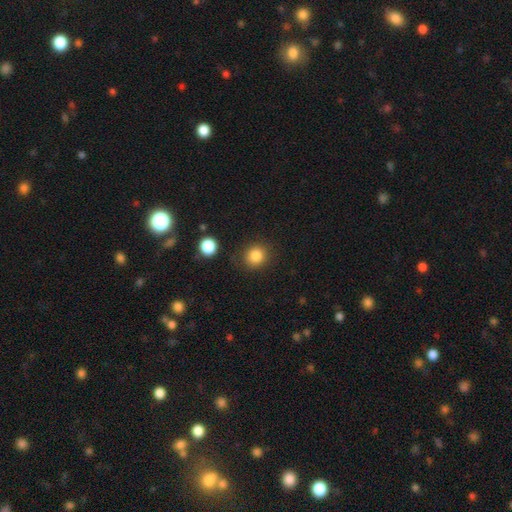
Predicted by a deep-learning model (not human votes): Overall: smooth (84%). How rounded: round (87%). Merging: none (85%).